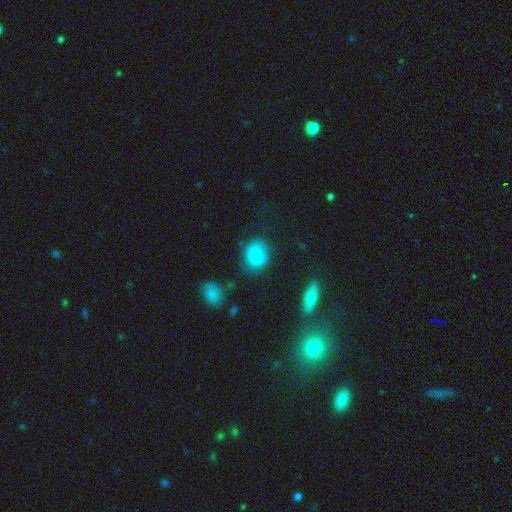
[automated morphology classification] A smooth galaxy with no disk features (80%) that is round (51%). Merging: none (61%).